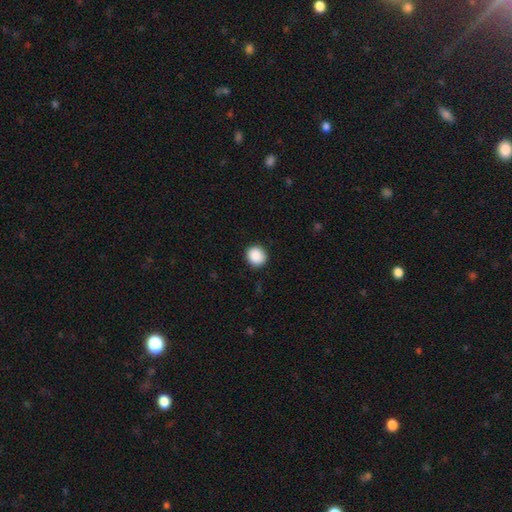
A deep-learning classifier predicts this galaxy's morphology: This appears to be a smooth galaxy with no disk features (89%) that is round (89%). Merging: none (91%).